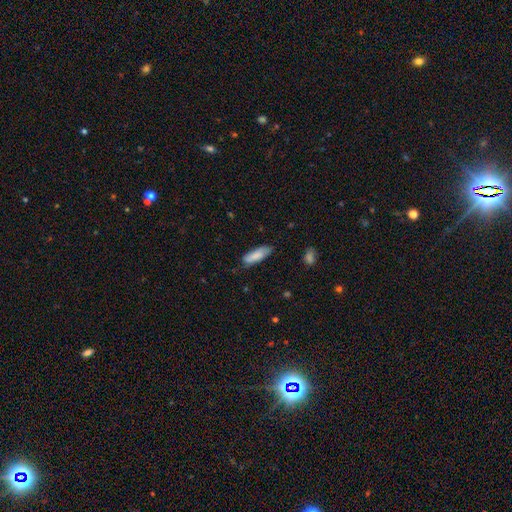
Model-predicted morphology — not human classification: A smooth galaxy with no disk features (79%) that is in between round and cigar-shaped (56%).

Vote fractions:
- Smooth or featured? smooth: 79% / featured or disk: 14% / star or artifact: 6%
- How rounded? in between: 56% / cigar-shaped: 42% / round: 2%
- Merging? none: 68% / minor disturbance: 25% / major disturbance: 5% / merger: 2%